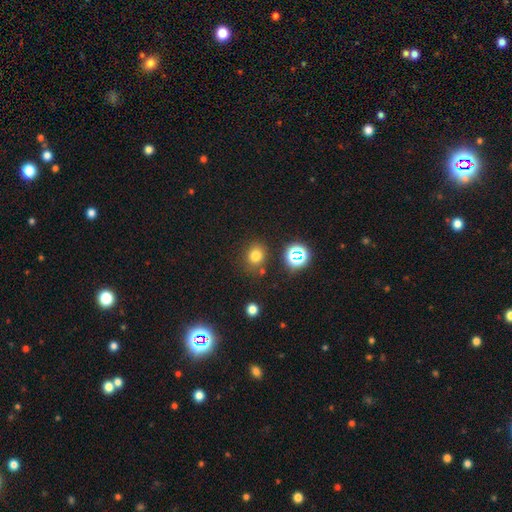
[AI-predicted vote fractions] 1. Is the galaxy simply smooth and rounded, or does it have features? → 73% smooth, 20% star or artifact, 7% featured or disk.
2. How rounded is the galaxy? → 72% round, 28% in between, 1% cigar-shaped.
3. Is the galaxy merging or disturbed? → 78% none, 12% minor disturbance, 6% merger, 4% major disturbance.